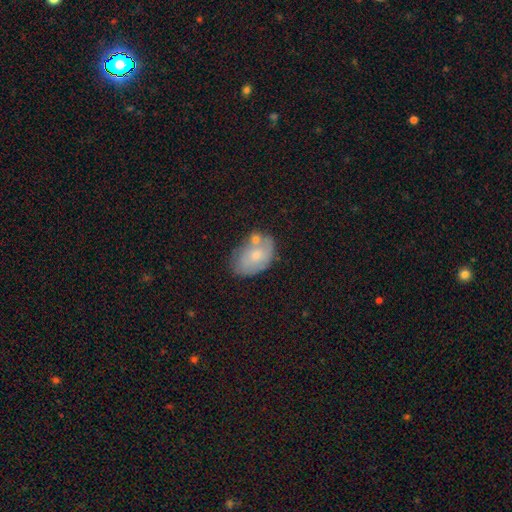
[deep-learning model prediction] The model was most divided on "merging": none: 49%, minor disturbance: 25%, merger: 19%, major disturbance: 7%. More confident: how rounded — in between (85%); smooth or featured — smooth (61%).